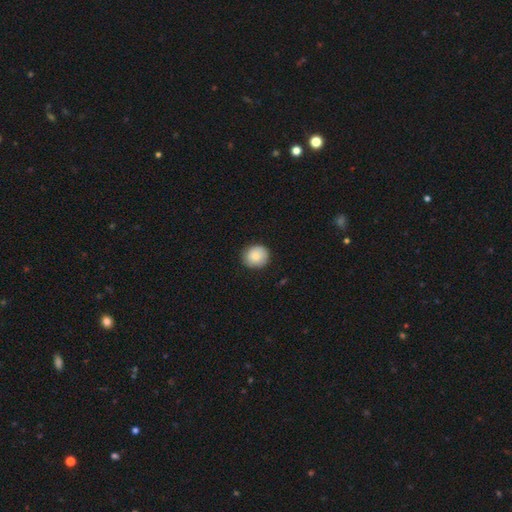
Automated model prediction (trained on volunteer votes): A smooth galaxy with no disk features (82%) that is round (86%). Merging: none (85%).